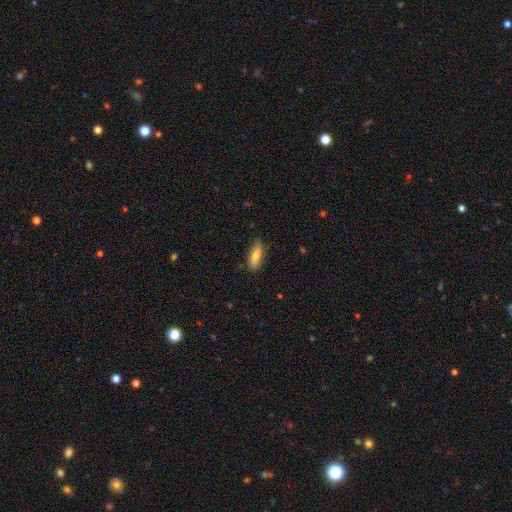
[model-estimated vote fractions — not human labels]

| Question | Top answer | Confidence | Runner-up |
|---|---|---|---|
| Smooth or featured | smooth | 73% | featured or disk (20%) |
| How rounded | in between | 58% | cigar-shaped (39%) |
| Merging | none | 82% | minor disturbance (14%) |